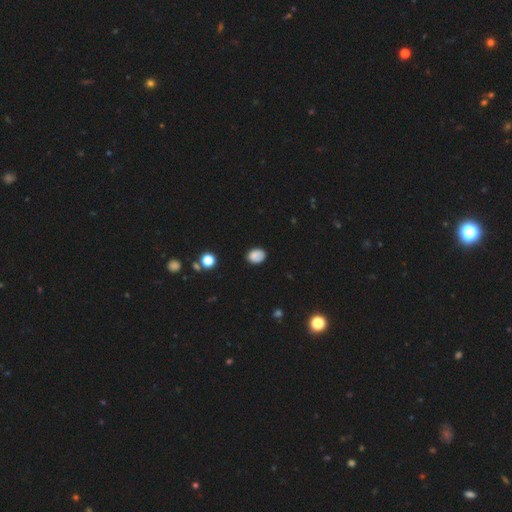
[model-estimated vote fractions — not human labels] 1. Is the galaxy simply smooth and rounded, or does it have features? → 81% smooth, 11% star or artifact, 8% featured or disk.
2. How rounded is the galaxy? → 61% in between, 38% round, 1% cigar-shaped.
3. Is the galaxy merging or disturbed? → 75% none, 19% minor disturbance, 4% major disturbance, 2% merger.